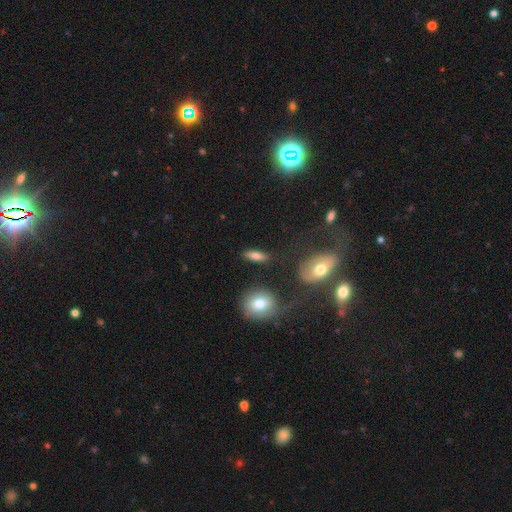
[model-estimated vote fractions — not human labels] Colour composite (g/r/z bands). It shows a smooth galaxy with no disk features (73%) that is in between round and cigar-shaped (56%). Merging: none (82%).